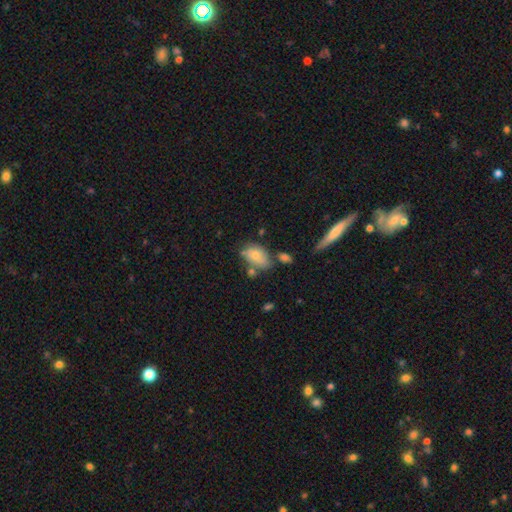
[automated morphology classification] This appears to be a smooth galaxy with no disk features (72%) that is in between round and cigar-shaped (86%). Merging: none (46%).